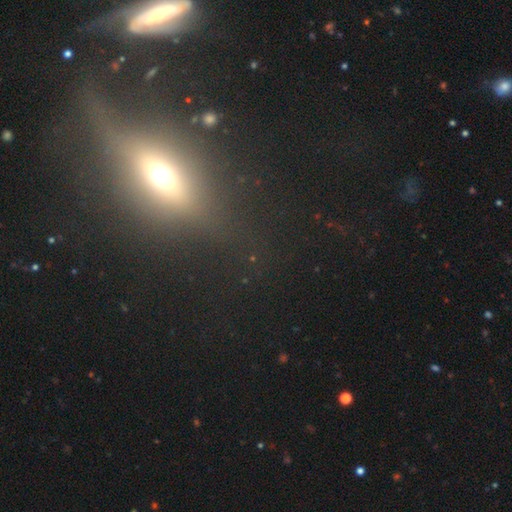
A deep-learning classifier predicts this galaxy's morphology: Q: Smooth or featured?
A: star or artifact (38%); runner-up: smooth (34%)